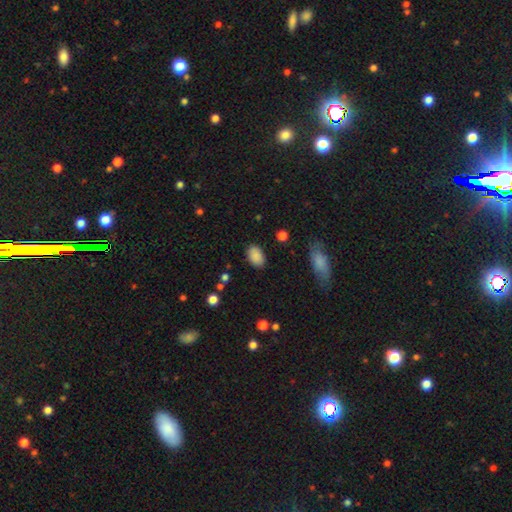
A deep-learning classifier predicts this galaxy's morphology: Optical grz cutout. It shows a smooth galaxy with no disk features (88%) that is in between round and cigar-shaped (88%). Merging: none (85%).